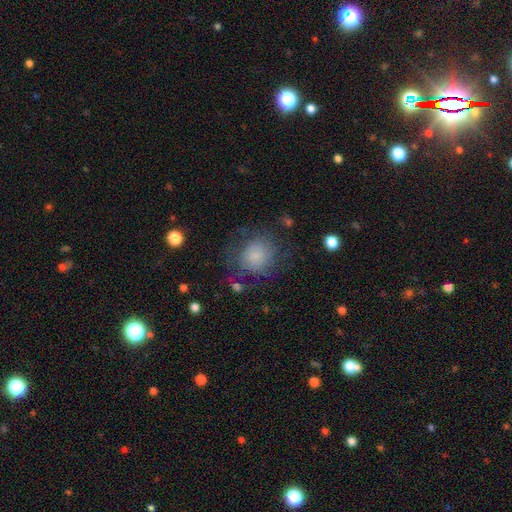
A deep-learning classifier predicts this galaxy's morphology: Smooth or featured: smooth — 65% (featured or disk — 24%)
How rounded: round — 75% (in between — 24%)
Merging: none — 59% (minor disturbance — 21%)